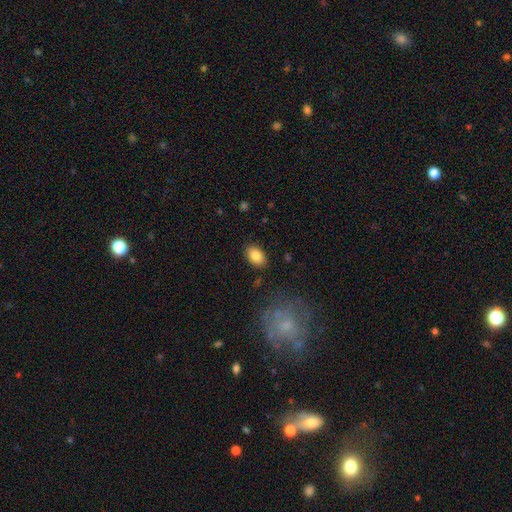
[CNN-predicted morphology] Overall: smooth (85%). How rounded: in between (87%). Merging: none (86%).